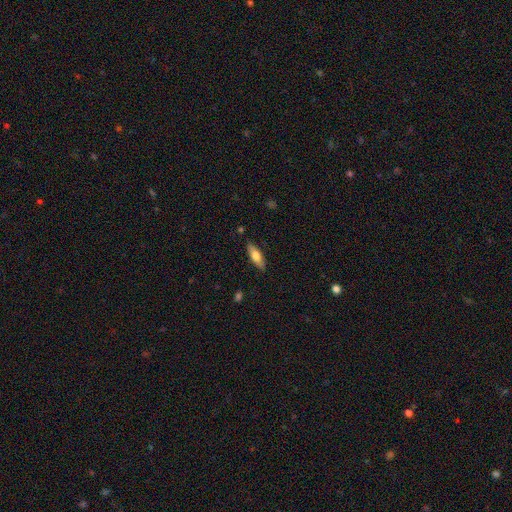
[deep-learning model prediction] Smooth or featured?
  - smooth: 62% *
  - featured or disk: 32%
  - star or artifact: 6%
How rounded?
  - in between: 51% *
  - cigar-shaped: 47%
  - round: 2%
Merging?
  - none: 86% *
  - minor disturbance: 10%
  - major disturbance: 2%
  - merger: 1%